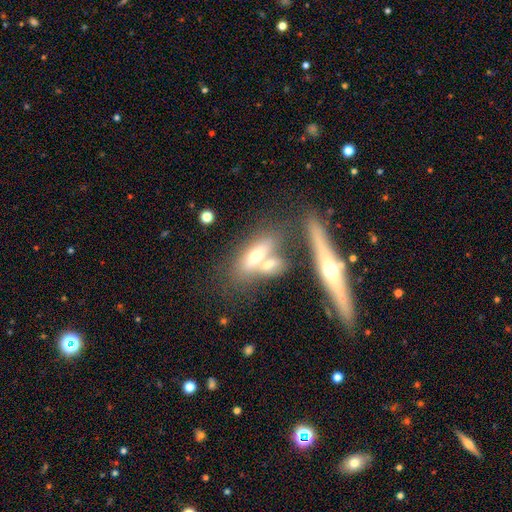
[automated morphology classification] type=featured or disk (50%); merging=none (43%).